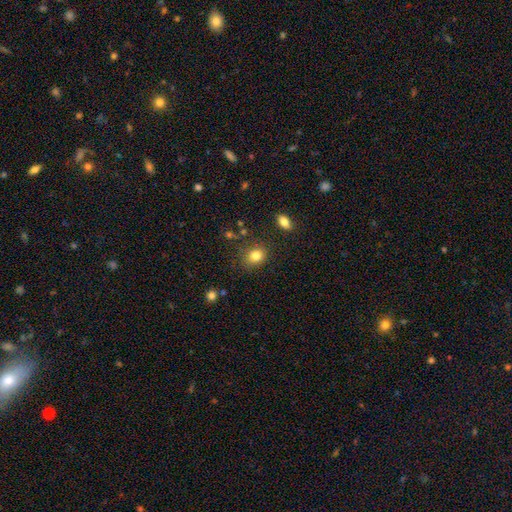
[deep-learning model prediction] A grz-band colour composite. It shows a smooth galaxy with no disk features (82%) that is round (58%). Merging: none (80%).